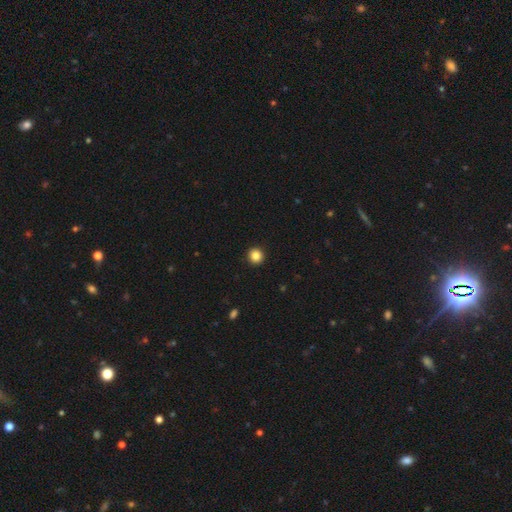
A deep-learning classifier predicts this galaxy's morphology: The model was most divided on "smooth or featured": smooth: 85%, star or artifact: 11%, featured or disk: 4%. More confident: how rounded — round (95%); merging — none (94%).